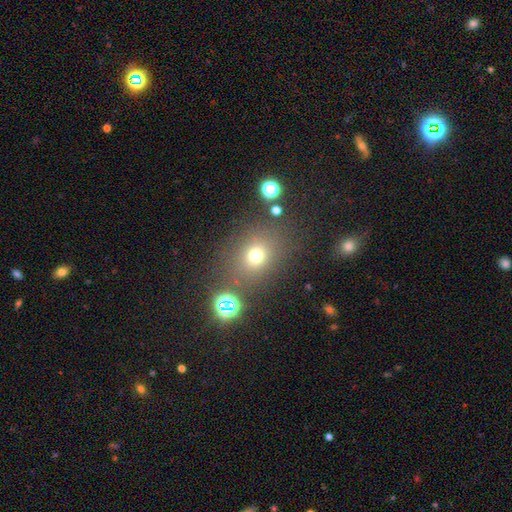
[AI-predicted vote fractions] A smooth galaxy with no disk features (70%) that is round (68%). Merging: none (77%).